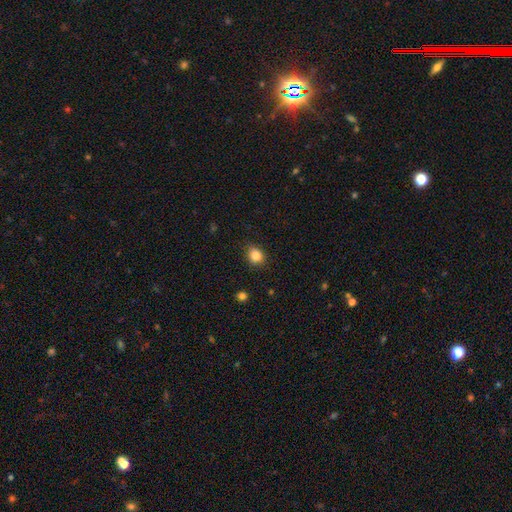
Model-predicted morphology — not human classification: Overall: smooth (83%). How rounded: round (65%; in between 34%). Merging: none (84%).